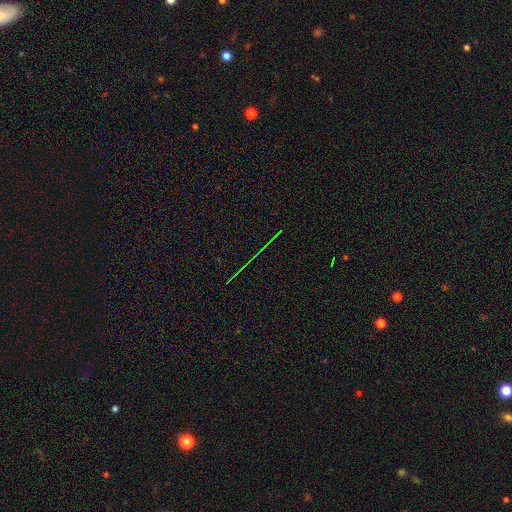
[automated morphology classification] The model was most divided on "smooth or featured": star or artifact: 77%, featured or disk: 13%, smooth: 10%.